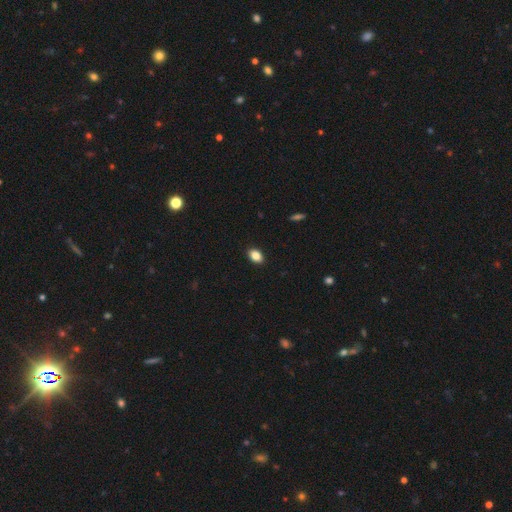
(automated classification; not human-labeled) Morphology: type=smooth (86%); roundness=in between (82%); merging=none (90%).